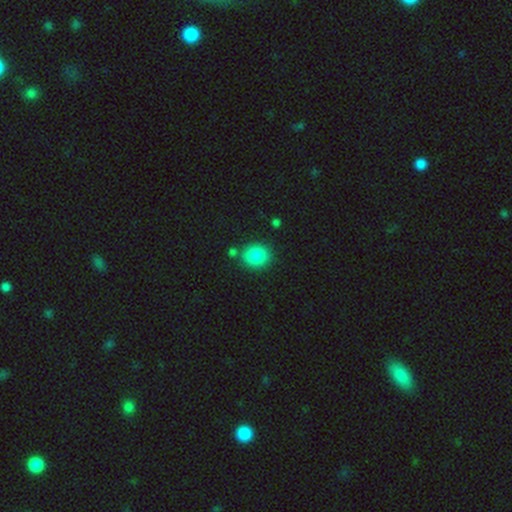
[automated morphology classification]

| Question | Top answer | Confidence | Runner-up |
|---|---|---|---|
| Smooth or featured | smooth | 86% | star or artifact (9%) |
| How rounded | round | 76% | in between (23%) |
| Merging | none | 80% | minor disturbance (10%) |